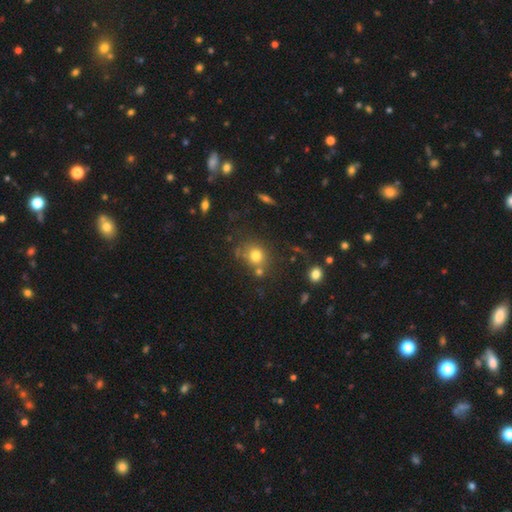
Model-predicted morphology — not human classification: Smooth or featured? smooth (76%)
How rounded? round (80%)
Merging? none (66%)